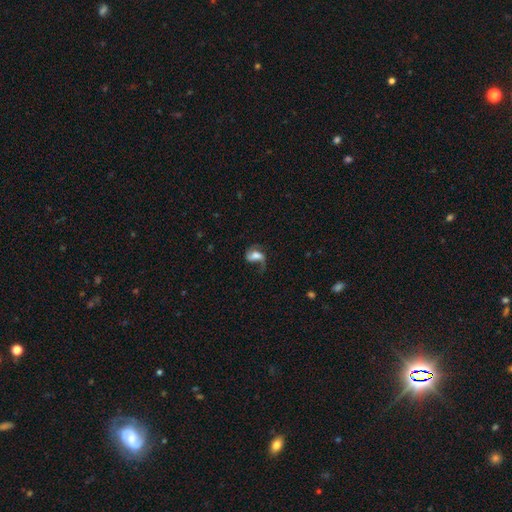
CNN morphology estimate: Overall: featured or disk (61%; smooth 30%). Edge-on disk: no (96%). Bar: weak (40%; no 34%). Spiral arms: yes (87%). Spiral arm count: 2 (59%; 1 35%). Spiral winding: loose (63%; medium 29%). Bulge size: moderate (39%; large 29%). Merging: none (43%; major disturbance 33%).